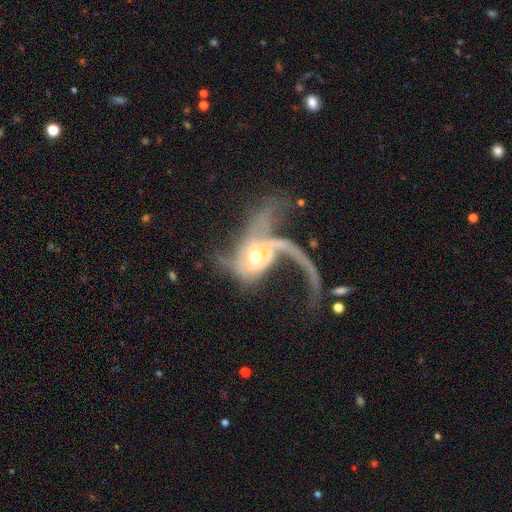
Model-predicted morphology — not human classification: type=featured or disk (77%); edge-on=no (95%); bar=no (65%); spiral arms=yes (74%); winding=loose (80%); arm count=1 (37%); bulge=moderate (55%); merging=major disturbance (56%).